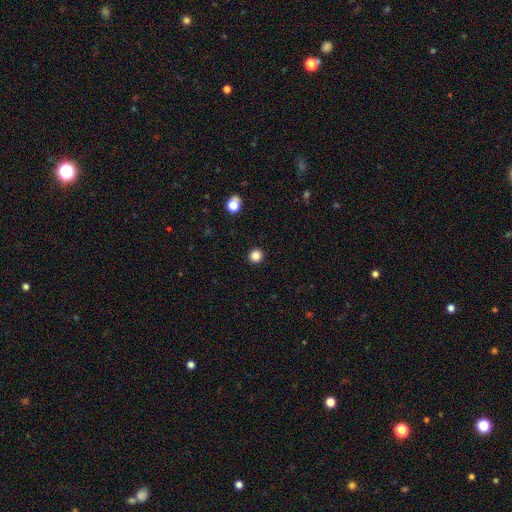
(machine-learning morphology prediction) The model was most divided on "smooth or featured": smooth: 85%, star or artifact: 12%, featured or disk: 3%. More confident: how rounded — round (95%); merging — none (93%).